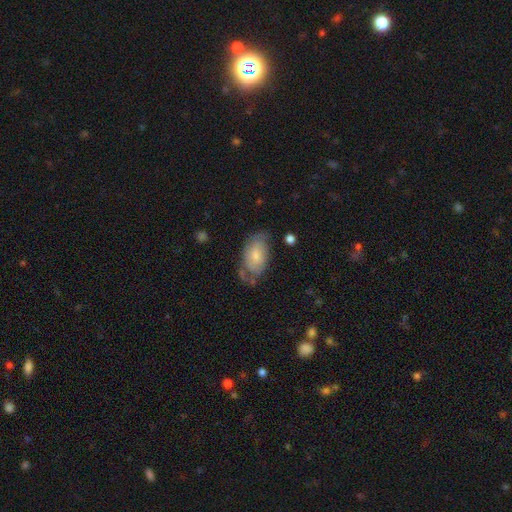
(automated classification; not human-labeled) Q: Smooth or featured?
A: smooth (63%); runner-up: featured or disk (31%)
Q: How rounded?
A: in between (92%); runner-up: round (6%)
Q: Merging?
A: none (48%); runner-up: minor disturbance (32%)